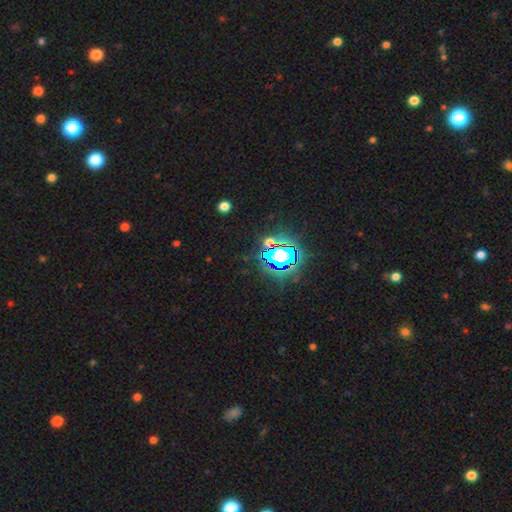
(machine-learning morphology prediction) This appears to be a star or artifact, not a galaxy (80%).